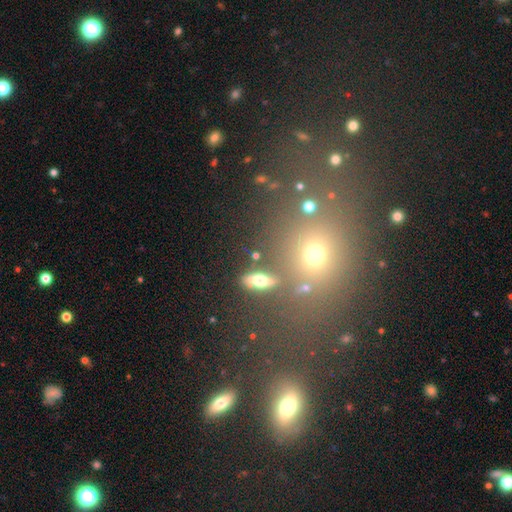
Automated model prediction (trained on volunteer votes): Q: Smooth or featured?
A: smooth (54%); runner-up: star or artifact (33%)
Q: How rounded?
A: in between (49%); runner-up: round (46%)
Q: Merging?
A: none (64%); runner-up: merger (16%)